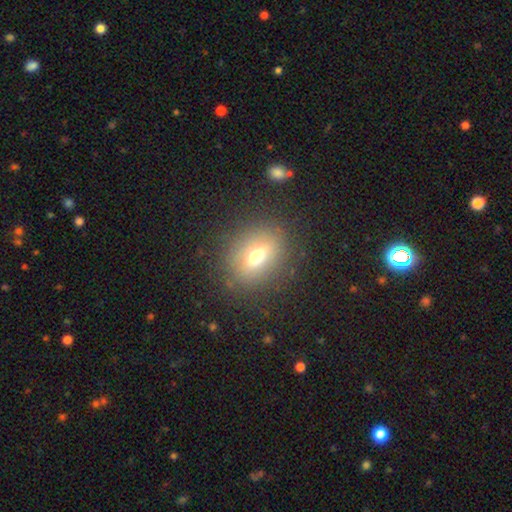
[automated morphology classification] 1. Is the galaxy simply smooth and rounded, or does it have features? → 63% smooth, 22% featured or disk, 15% star or artifact.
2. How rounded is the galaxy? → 56% in between, 41% round, 3% cigar-shaped.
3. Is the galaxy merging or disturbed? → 82% none, 11% minor disturbance, 5% major disturbance, 2% merger.